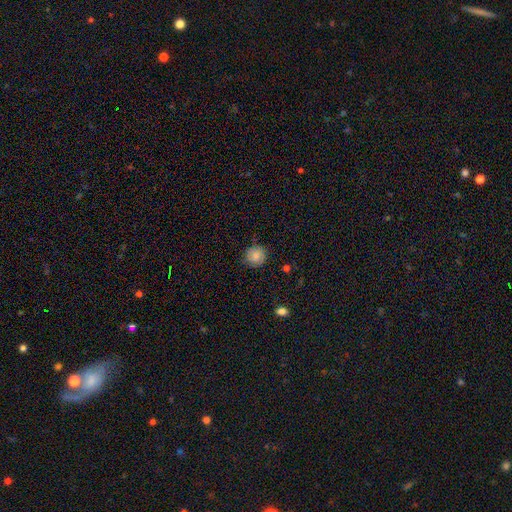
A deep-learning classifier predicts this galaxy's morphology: Smooth or featured? smooth (80%)
How rounded? round (90%)
Merging? none (82%)